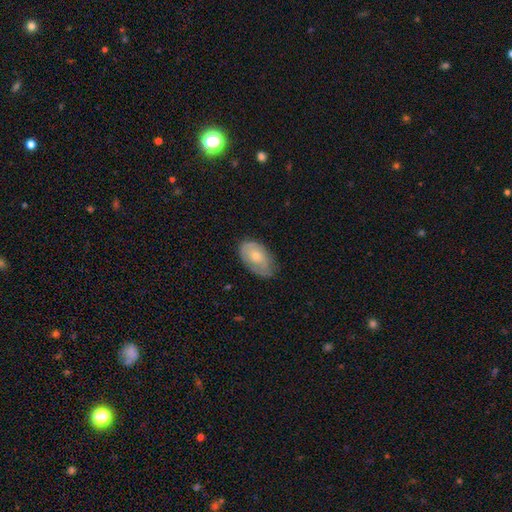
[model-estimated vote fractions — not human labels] This is possibly a smooth galaxy (57%). How rounded: clearly in between (91%). Merging: likely none (61%).